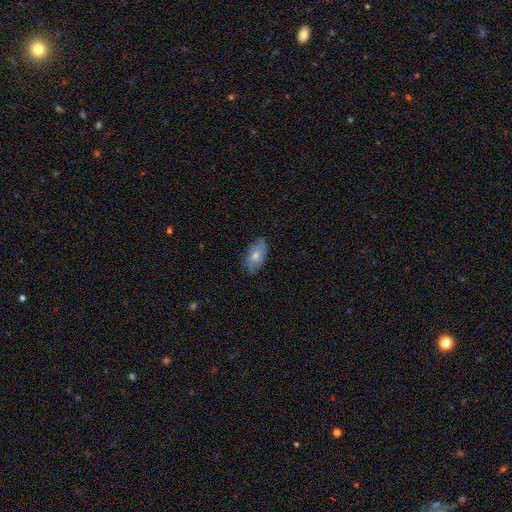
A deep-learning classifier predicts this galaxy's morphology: smooth 49%, featured or disk 41%, star or artifact 10%. Down the decision tree: merging — none (78%).